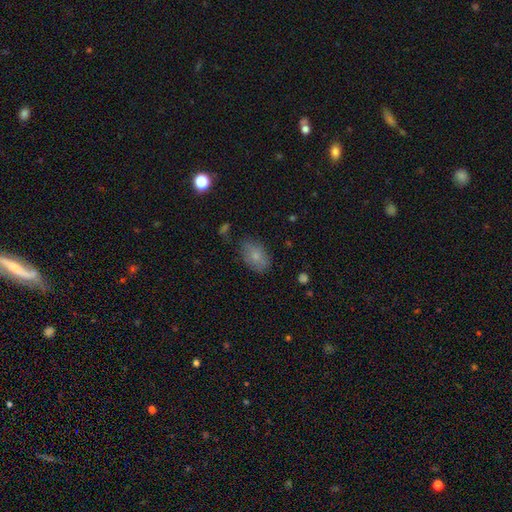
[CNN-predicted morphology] Smooth or featured: smooth — 78% (featured or disk — 13%)
How rounded: in between — 88% (round — 11%)
Merging: none — 73% (minor disturbance — 20%)